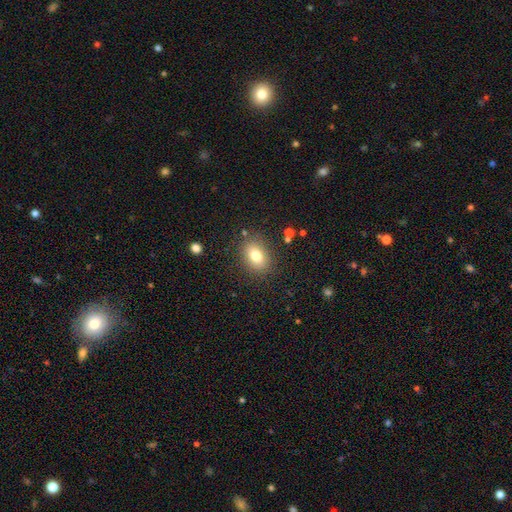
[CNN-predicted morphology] This is likely a smooth galaxy (77%). How rounded: likely in between (67%). Merging: clearly none (84%).